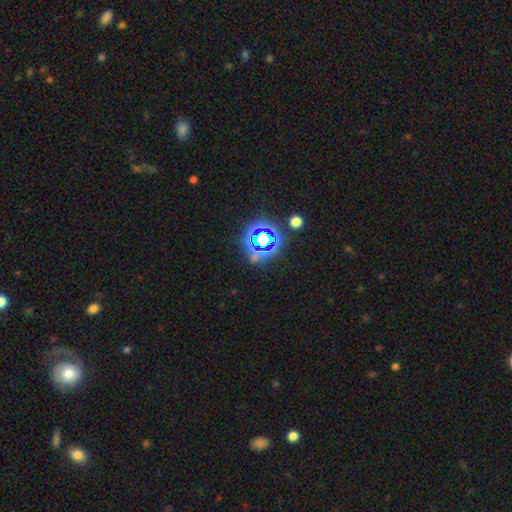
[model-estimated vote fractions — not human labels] Smooth or featured: star or artifact — 68% (smooth — 21%)